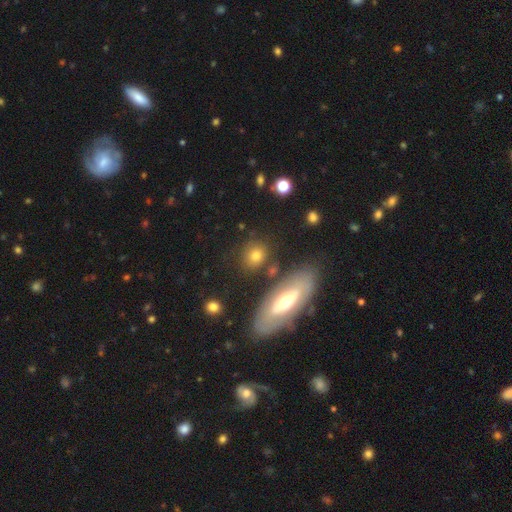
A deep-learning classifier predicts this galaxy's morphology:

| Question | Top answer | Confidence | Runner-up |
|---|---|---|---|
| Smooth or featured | smooth | 67% | featured or disk (23%) |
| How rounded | round | 59% | in between (34%) |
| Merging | none | 76% | minor disturbance (12%) |